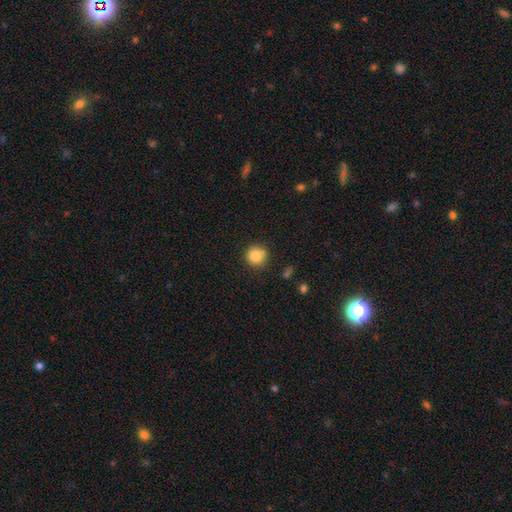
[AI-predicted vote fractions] Smooth or featured?
  - smooth: 85% *
  - star or artifact: 10%
  - featured or disk: 5%
How rounded?
  - round: 93% *
  - in between: 6%
  - cigar-shaped: 1%
Merging?
  - none: 81% *
  - minor disturbance: 12%
  - merger: 4%
  - major disturbance: 3%